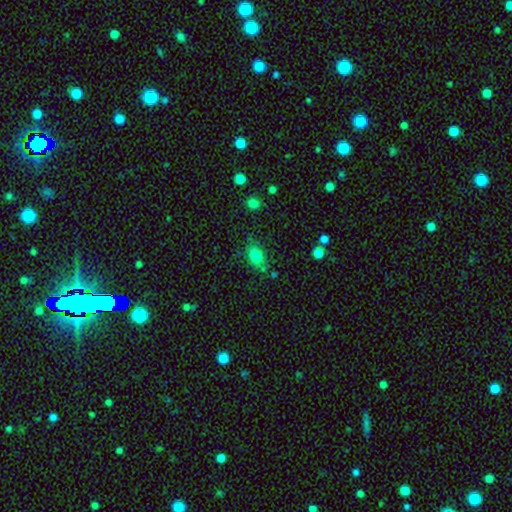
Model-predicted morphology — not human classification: Smooth or featured? smooth (82%)
How rounded? in between (62%)
Merging? none (71%)